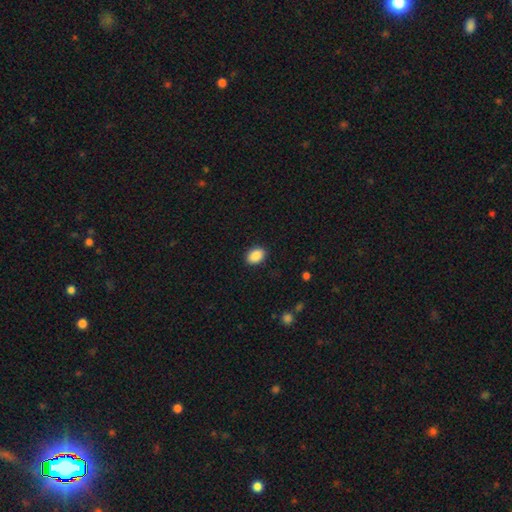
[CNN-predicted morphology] Smooth or featured?
  - smooth: 89% *
  - star or artifact: 8%
  - featured or disk: 3%
How rounded?
  - in between: 78% *
  - round: 21%
  - cigar-shaped: 1%
Merging?
  - none: 89% *
  - minor disturbance: 8%
  - major disturbance: 2%
  - merger: 1%